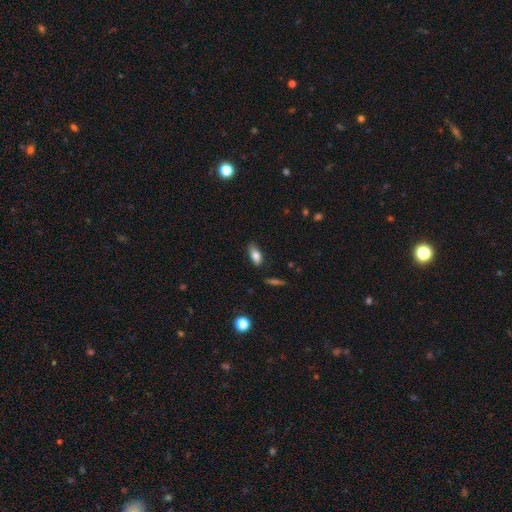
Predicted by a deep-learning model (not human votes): A smooth galaxy with no disk features (81%) that is in between round and cigar-shaped (86%).

Vote fractions:
- Smooth or featured? smooth: 81% / featured or disk: 11% / star or artifact: 8%
- How rounded? in between: 86% / cigar-shaped: 11% / round: 4%
- Merging? none: 82% / minor disturbance: 14% / major disturbance: 3% / merger: 2%